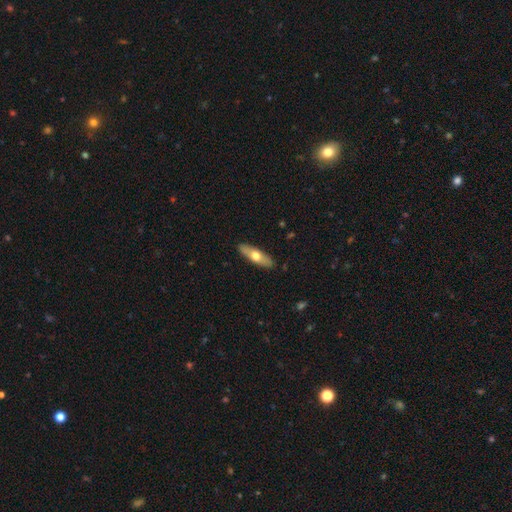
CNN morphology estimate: A smooth galaxy with no disk features (57%) that is cigar-shaped (50%).

Vote fractions:
- Smooth or featured? smooth: 57% / featured or disk: 38% / star or artifact: 5%
- How rounded? cigar-shaped: 50% / in between: 47% / round: 3%
- Merging? none: 89% / minor disturbance: 8% / major disturbance: 2% / merger: 1%